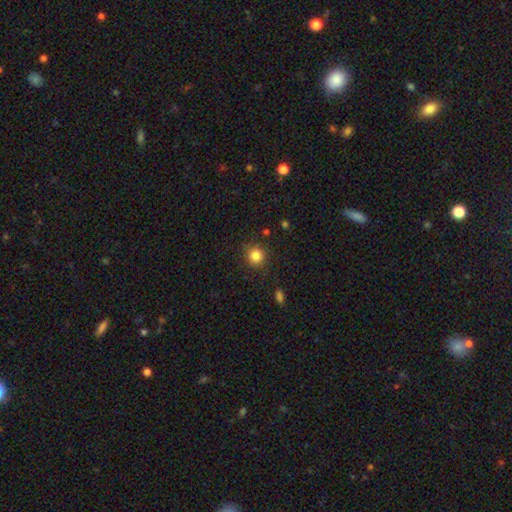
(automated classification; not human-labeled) Q: Smooth or featured?
A: smooth (84%); runner-up: star or artifact (11%)
Q: How rounded?
A: round (91%); runner-up: in between (8%)
Q: Merging?
A: none (87%); runner-up: minor disturbance (9%)